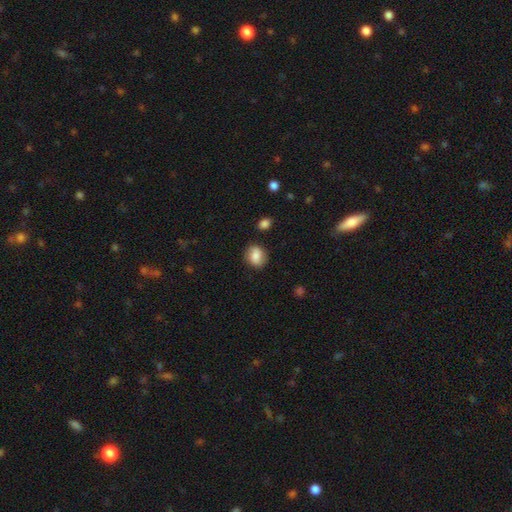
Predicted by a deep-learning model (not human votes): This appears to be a smooth galaxy with no disk features (81%) that is round (54%). Merging: none (82%).